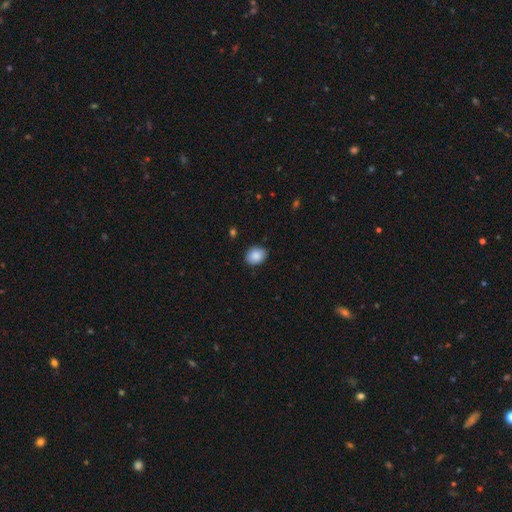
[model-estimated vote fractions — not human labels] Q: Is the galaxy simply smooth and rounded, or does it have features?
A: smooth — 88%.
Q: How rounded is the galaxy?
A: in between — 62%.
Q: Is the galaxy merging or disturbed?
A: none — 86%.